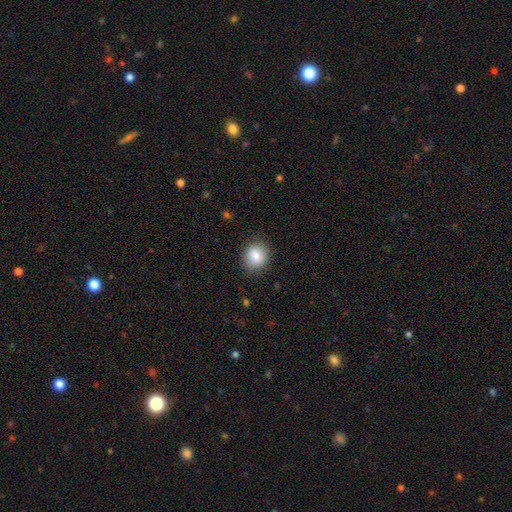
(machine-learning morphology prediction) Smooth or featured? smooth (85%)
How rounded? round (68%)
Merging? none (85%)